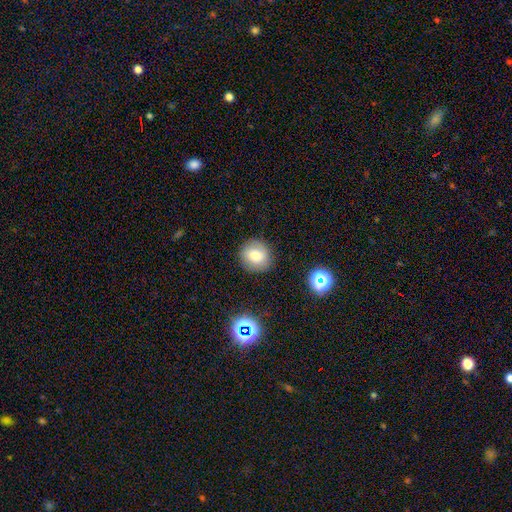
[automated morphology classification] Q: Smooth or featured?
A: smooth (74%); runner-up: featured or disk (14%)
Q: How rounded?
A: round (85%); runner-up: in between (14%)
Q: Merging?
A: none (86%); runner-up: minor disturbance (10%)